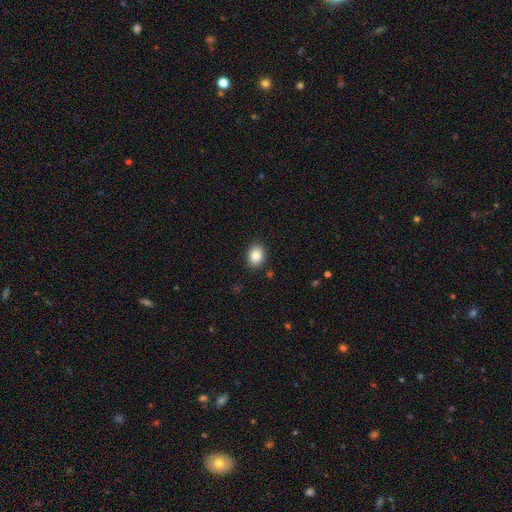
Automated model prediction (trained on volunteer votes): Overall: smooth (85%). How rounded: in between (64%; round 35%). Merging: none (89%).